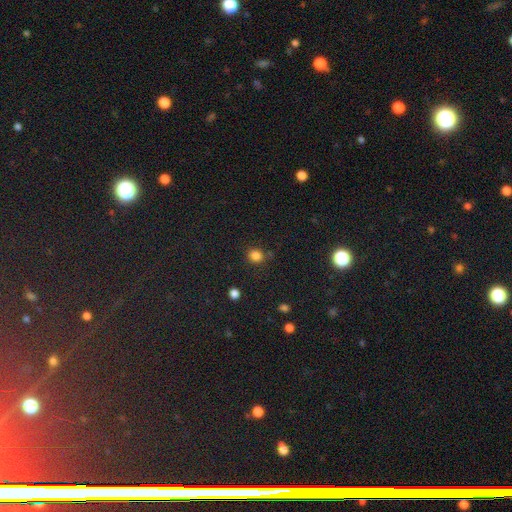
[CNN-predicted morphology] Q: Smooth or featured?
A: smooth (81%); runner-up: star or artifact (14%)
Q: How rounded?
A: round (79%); runner-up: in between (20%)
Q: Merging?
A: none (78%); runner-up: minor disturbance (12%)